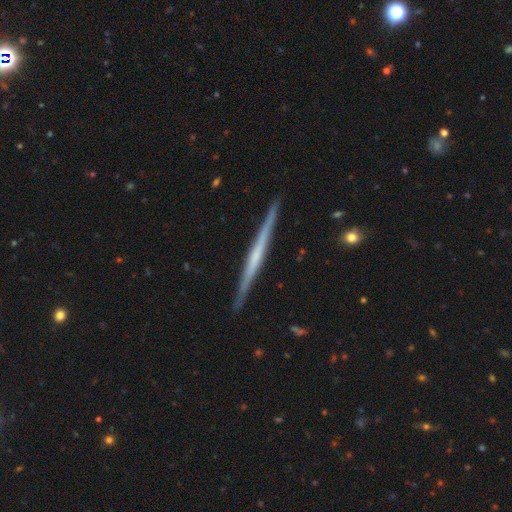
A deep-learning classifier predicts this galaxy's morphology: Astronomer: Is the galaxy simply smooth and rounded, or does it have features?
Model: featured or disk — 70%.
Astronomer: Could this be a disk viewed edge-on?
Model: yes — 98%.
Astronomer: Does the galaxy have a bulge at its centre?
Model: none — 71%.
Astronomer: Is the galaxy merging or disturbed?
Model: none — 92%.